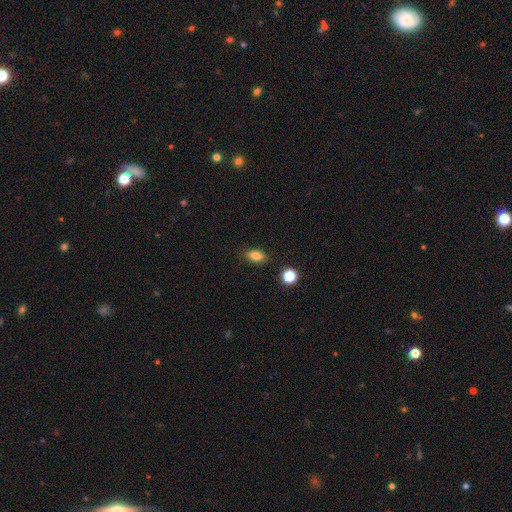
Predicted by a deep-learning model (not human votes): A smooth galaxy with no disk features (81%) that is in between round and cigar-shaped (82%).

Vote fractions:
- Smooth or featured? smooth: 81% / star or artifact: 11% / featured or disk: 8%
- How rounded? in between: 82% / round: 13% / cigar-shaped: 4%
- Merging? none: 86% / minor disturbance: 9% / major disturbance: 2% / merger: 2%